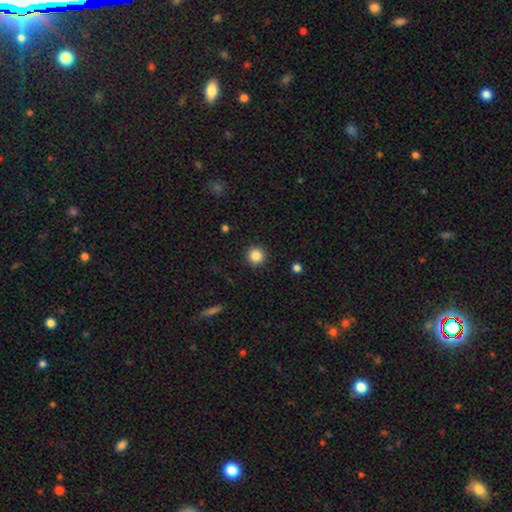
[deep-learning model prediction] A smooth galaxy with no disk features (86%) that is round (95%). Merging: none (92%).